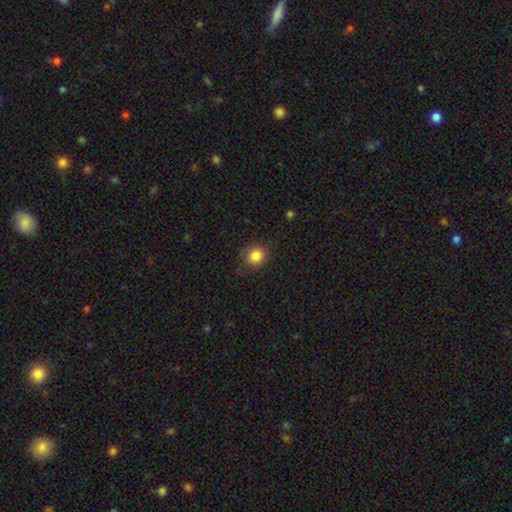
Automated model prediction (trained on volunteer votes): This is clearly a smooth galaxy (85%). How rounded: clearly round (88%). Merging: clearly none (82%).